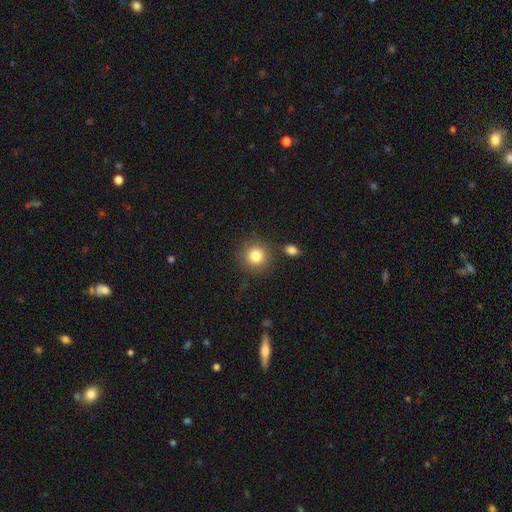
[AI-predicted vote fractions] smooth-or-featured: smooth: 82% | star or artifact: 10% | featured or disk: 7%
  how-rounded: round: 92% | in between: 7% | cigar-shaped: 1%
  merging: none: 83% | minor disturbance: 8% | merger: 6% | major disturbance: 3%